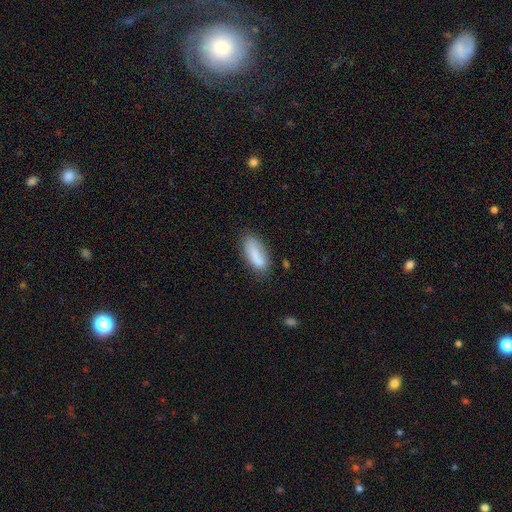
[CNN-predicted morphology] Smooth or featured?
  - smooth: 81% *
  - featured or disk: 11%
  - star or artifact: 8%
How rounded?
  - in between: 78% *
  - cigar-shaped: 20%
  - round: 2%
Merging?
  - none: 65% *
  - minor disturbance: 23%
  - major disturbance: 7%
  - merger: 5%